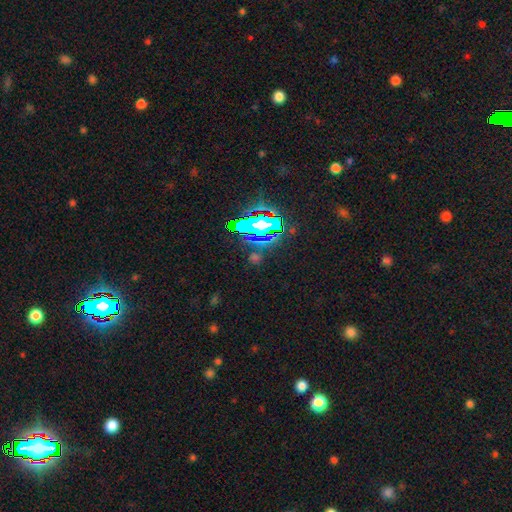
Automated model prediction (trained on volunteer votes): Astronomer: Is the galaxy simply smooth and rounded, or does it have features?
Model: star or artifact — 64%.